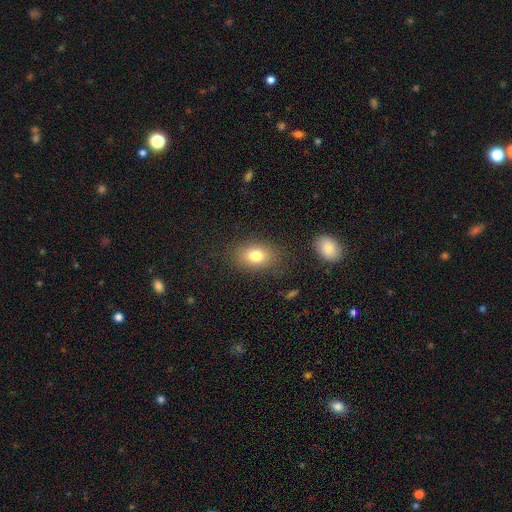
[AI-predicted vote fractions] This is likely a smooth galaxy (79%). How rounded: likely in between (77%). Merging: clearly none (81%).